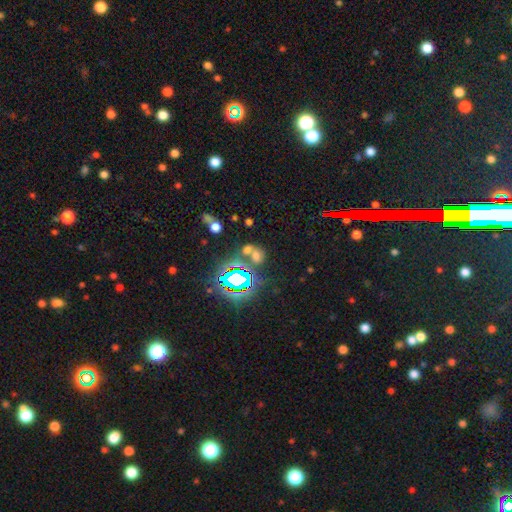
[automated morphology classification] Smooth or featured?
  - smooth: 46% *
  - star or artifact: 44%
  - featured or disk: 11%
Merging?
  - none: 51% *
  - merger: 33%
  - minor disturbance: 10%
  - major disturbance: 6%